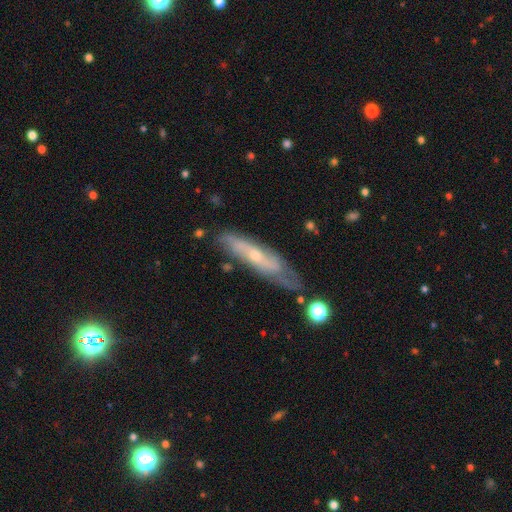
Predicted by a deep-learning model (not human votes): A featured or disk galaxy (64%).

Vote fractions:
- Smooth or featured? featured or disk: 64% / smooth: 29% / star or artifact: 7%
- Edge-on disk? no: 54% / yes: 46%
- Merging? none: 61% / minor disturbance: 26% / major disturbance: 9% / merger: 4%